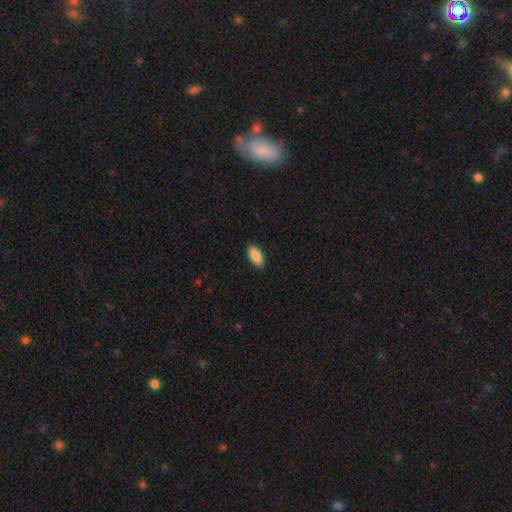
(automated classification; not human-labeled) This is clearly a smooth galaxy (88%). How rounded: clearly in between (92%). Merging: clearly none (88%).